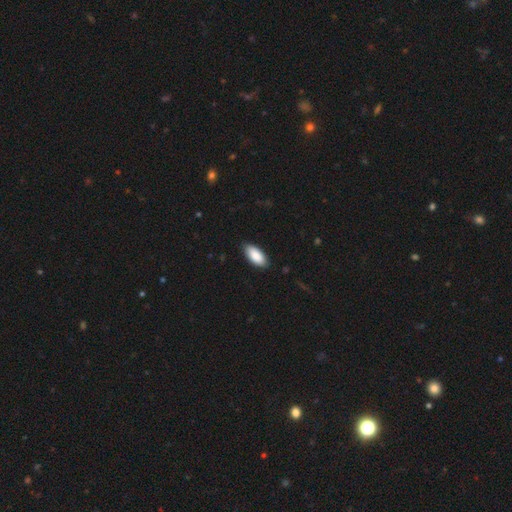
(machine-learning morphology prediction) Smooth or featured: smooth — 89% (star or artifact — 6%)
How rounded: in between — 91% (cigar-shaped — 8%)
Merging: none — 86% (minor disturbance — 11%)